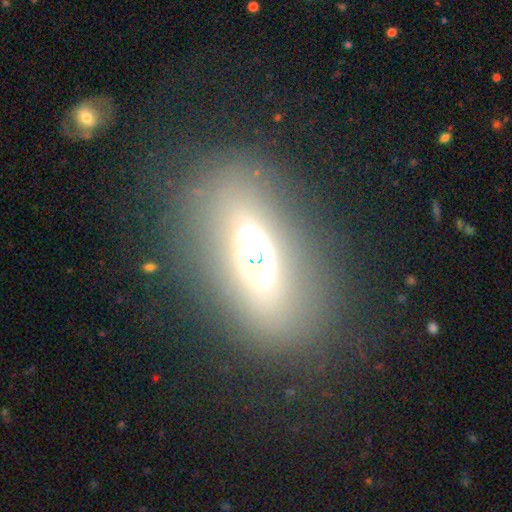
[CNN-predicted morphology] Smooth or featured: smooth — 48% (featured or disk — 35%)
Merging: none — 77% (minor disturbance — 12%)